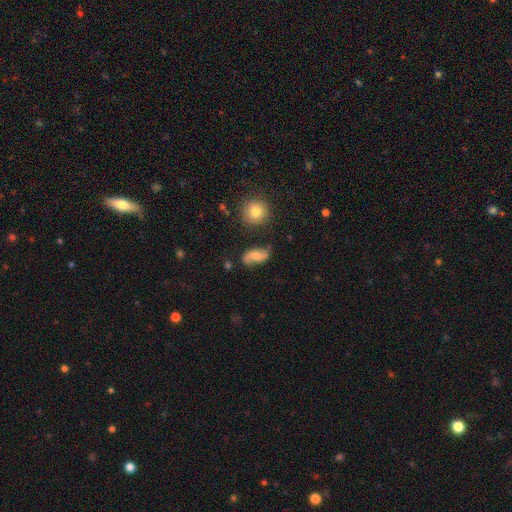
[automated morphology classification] featured or disk 62%, smooth 29%, star or artifact 9%. Down the decision tree: edge-on disk — no (95%); bar — no (48%); spiral arms — yes (92%); spiral arm count — 2 (89%); spiral winding — loose (65%); bulge size — moderate (44%); merging — none (72%).